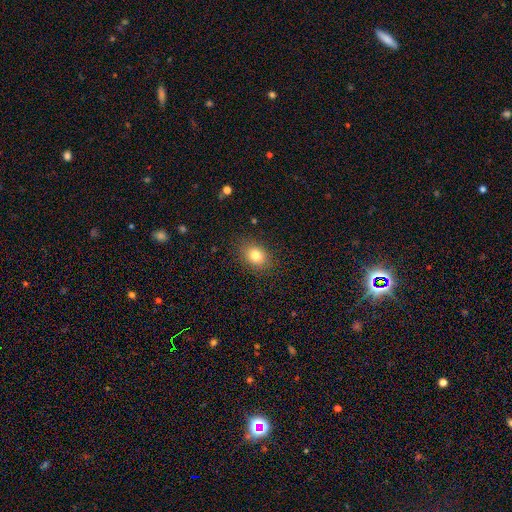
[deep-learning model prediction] A smooth galaxy with no disk features (81%) that is in between round and cigar-shaped (61%).

Vote fractions:
- Smooth or featured? smooth: 81% / star or artifact: 10% / featured or disk: 9%
- How rounded? in between: 61% / round: 38% / cigar-shaped: 1%
- Merging? none: 84% / minor disturbance: 12% / major disturbance: 3% / merger: 1%